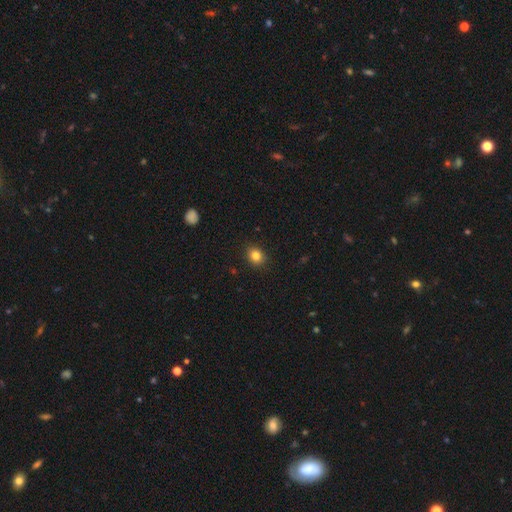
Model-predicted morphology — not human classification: Smooth or featured: smooth — 83% (star or artifact — 11%)
How rounded: round — 68% (in between — 31%)
Merging: none — 89% (minor disturbance — 8%)